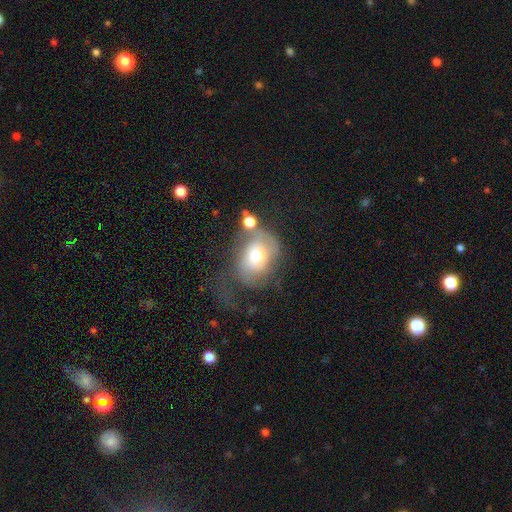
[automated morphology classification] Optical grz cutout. It shows a smooth galaxy with no disk features (54%) that is in between round and cigar-shaped (55%). Merging: major disturbance (35%).